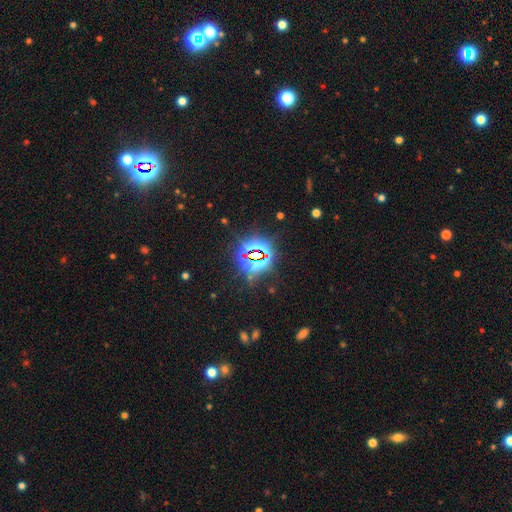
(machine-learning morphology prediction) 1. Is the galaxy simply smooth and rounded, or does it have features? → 83% star or artifact, 10% smooth, 7% featured or disk.